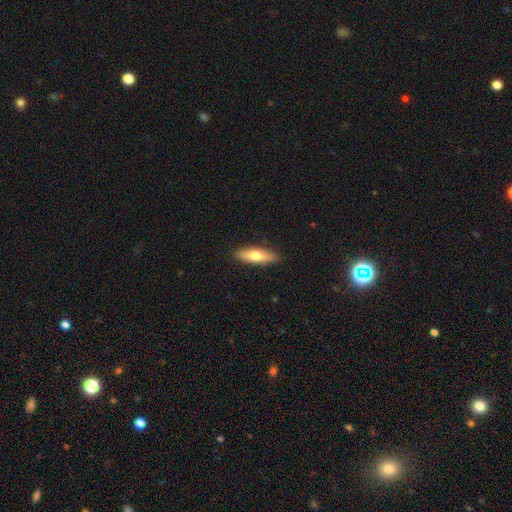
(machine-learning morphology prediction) The model was most divided on "how rounded": cigar-shaped: 55%, in between: 43%, round: 2%. More confident: merging — none (88%); smooth or featured — smooth (67%).